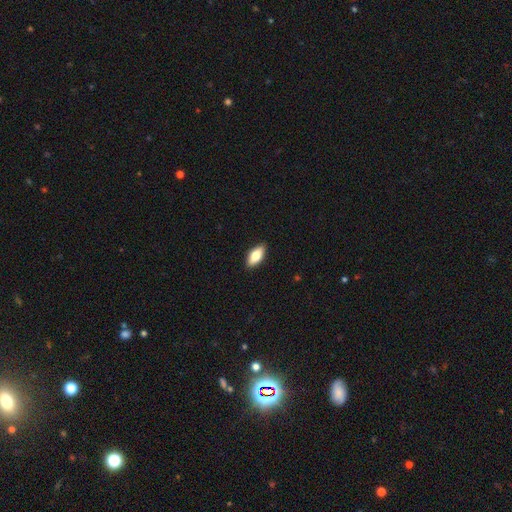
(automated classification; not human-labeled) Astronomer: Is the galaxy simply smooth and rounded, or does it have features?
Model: smooth — 76%.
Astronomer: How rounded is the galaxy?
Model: in between — 85%.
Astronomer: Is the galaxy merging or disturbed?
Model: none — 89%.